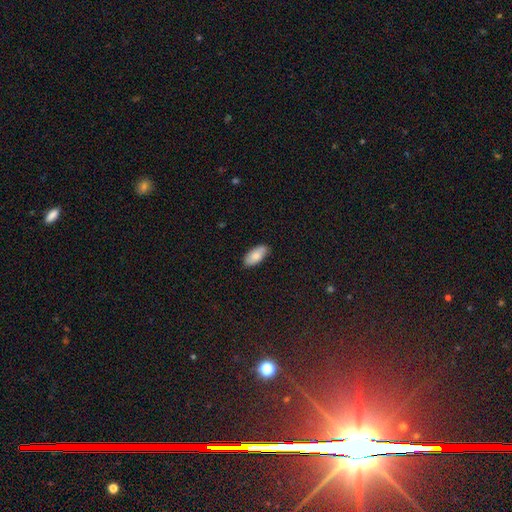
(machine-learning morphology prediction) smooth-or-featured: smooth: 82% | featured or disk: 12% | star or artifact: 6%
  how-rounded: in between: 92% | cigar-shaped: 6% | round: 2%
  merging: none: 83% | minor disturbance: 14% | major disturbance: 2% | merger: 1%